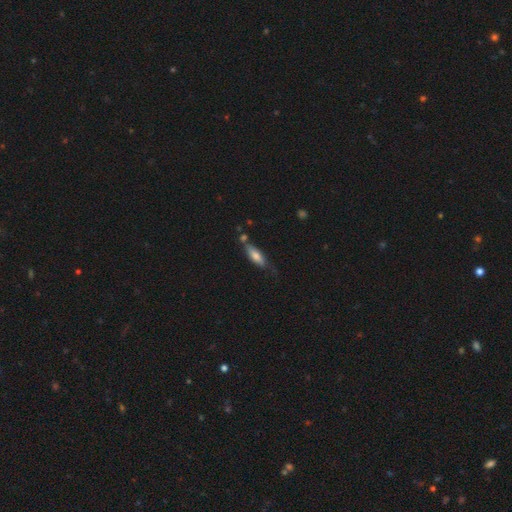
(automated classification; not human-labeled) smooth_or_featured: smooth (p=0.67) [alt: featured or disk p=0.27]
how_rounded: in between (p=0.50) [alt: cigar-shaped p=0.48]
merging: none (p=0.57) [alt: minor disturbance p=0.25]